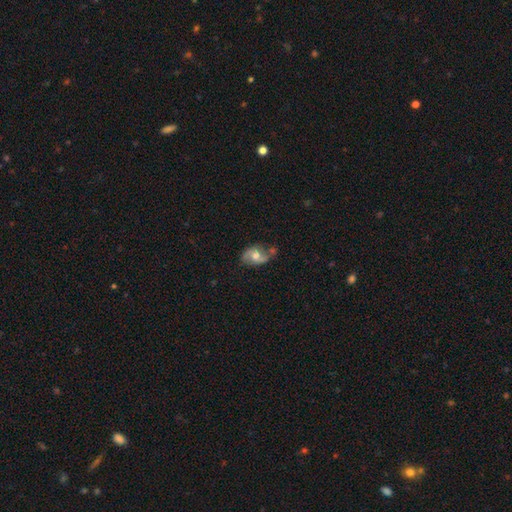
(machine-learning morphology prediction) A featured or disk galaxy (57%) with no bar (62%), spiral arms (79%) and a moderate central bulge (72%).

Vote fractions:
- Smooth or featured? featured or disk: 57% / smooth: 35% / star or artifact: 8%
- Edge-on disk? no: 95% / yes: 5%
- Bar? no: 62% / weak: 30% / strong: 8%
- Spiral arms? yes: 79% / no: 21%
- Bulge size? moderate: 72% / small: 14% / large: 11% / none: 2% / dominant: 1%
- Merging? none: 57% / minor disturbance: 26% / merger: 9% / major disturbance: 8%